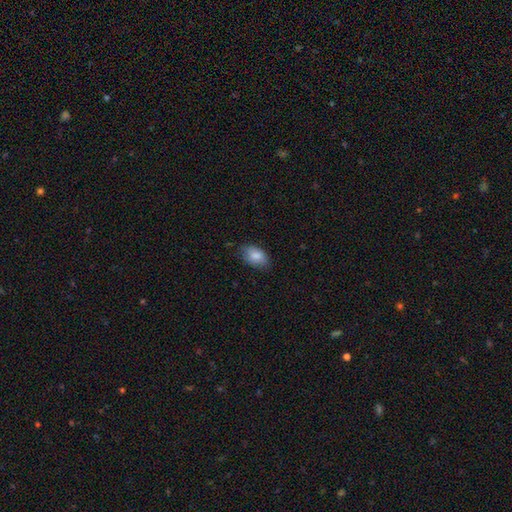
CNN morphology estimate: Smooth or featured: smooth — 86% (featured or disk — 7%)
How rounded: in between — 90% (round — 8%)
Merging: none — 78% (minor disturbance — 18%)